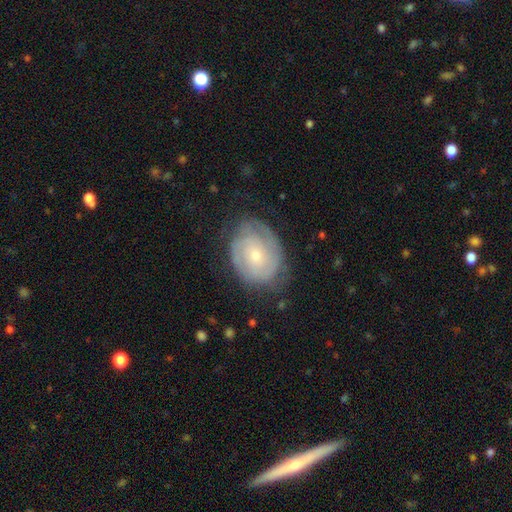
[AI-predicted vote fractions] Overall: featured or disk (74%). Edge-on disk: no (97%). Bar: no (71%). Spiral arms: yes (88%). Spiral arm count: 2 (39%; can't tell 36%). Spiral winding: tight (67%). Bulge size: small (66%; moderate 31%). Merging: none (70%).